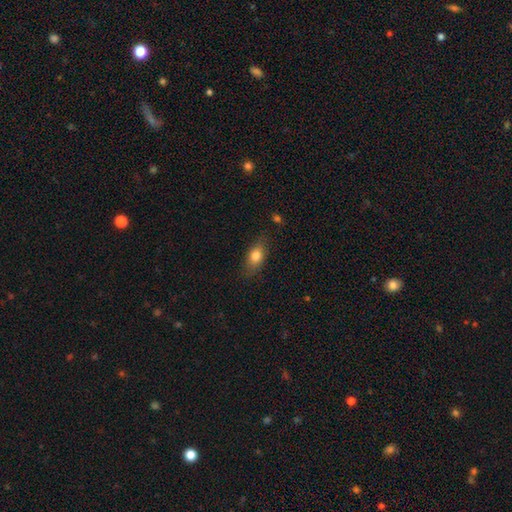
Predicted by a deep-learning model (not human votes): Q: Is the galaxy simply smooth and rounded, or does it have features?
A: smooth — 78%.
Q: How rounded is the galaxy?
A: in between — 80%.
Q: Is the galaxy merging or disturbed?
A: none — 79%.